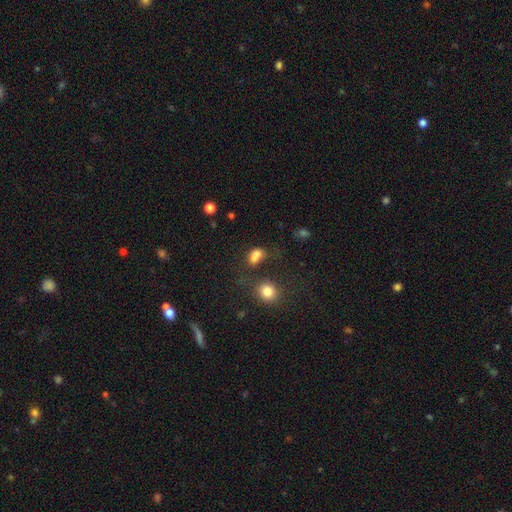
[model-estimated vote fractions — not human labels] This appears to be a smooth galaxy with no disk features (76%) that is in between round and cigar-shaped (66%). Merging: none (38%).